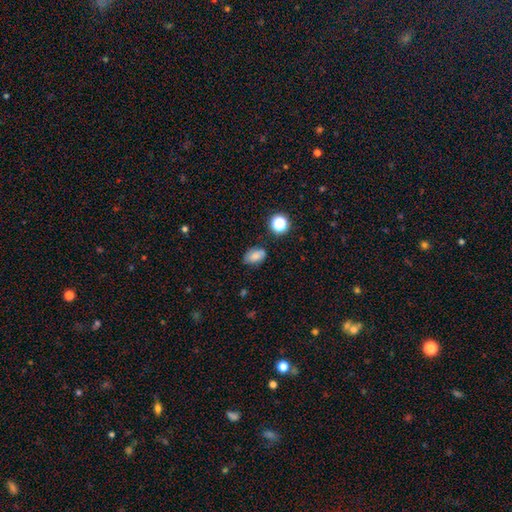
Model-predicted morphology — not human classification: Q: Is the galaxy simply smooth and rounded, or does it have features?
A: smooth — 77%.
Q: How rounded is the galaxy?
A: in between — 84%.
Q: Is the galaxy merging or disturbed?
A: none — 74%.